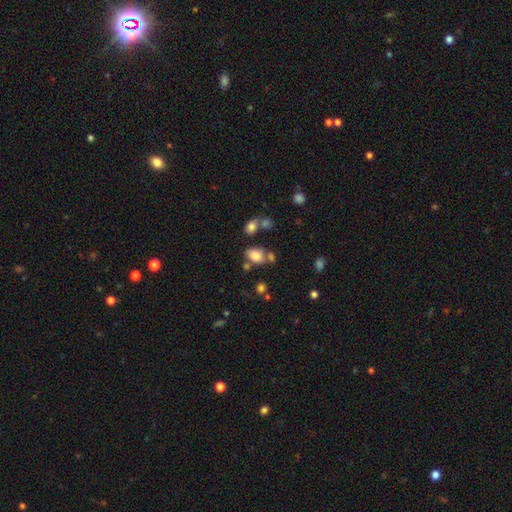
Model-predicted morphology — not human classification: A smooth galaxy with no disk features (80%) that is in between round and cigar-shaped (78%). Merging: none (57%).